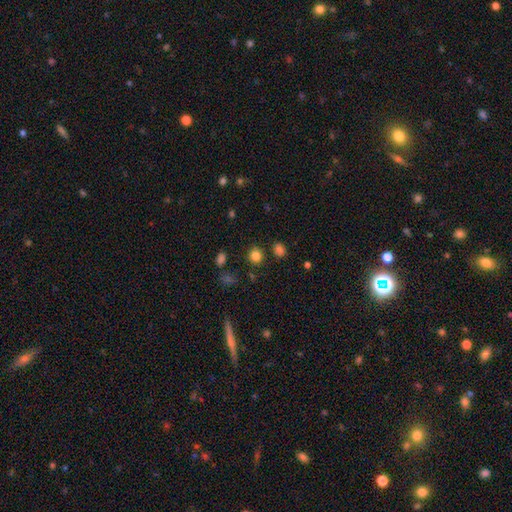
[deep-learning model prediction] A smooth galaxy with no disk features (82%) that is round (87%). Merging: none (85%).